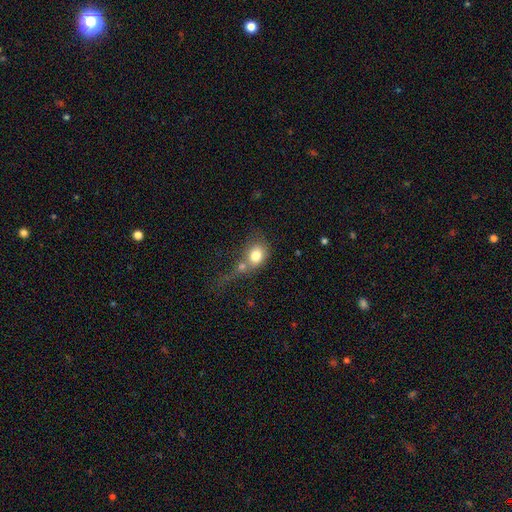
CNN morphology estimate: Q: Smooth or featured?
A: smooth (76%); runner-up: featured or disk (15%)
Q: How rounded?
A: round (51%); runner-up: in between (47%)
Q: Merging?
A: merger (48%); runner-up: none (23%)